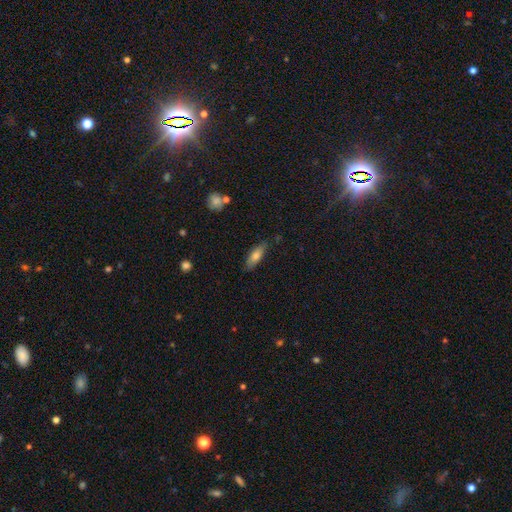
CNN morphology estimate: Smooth or featured: smooth — 74% (featured or disk — 19%)
How rounded: in between — 60% (cigar-shaped — 38%)
Merging: none — 79% (minor disturbance — 16%)